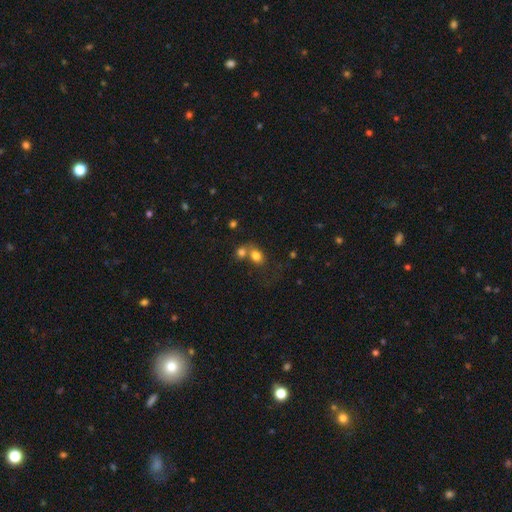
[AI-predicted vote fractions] smooth_or_featured: smooth (p=0.78) [alt: star or artifact p=0.11]
how_rounded: in between (p=0.54) [alt: round p=0.44]
merging: merger (p=0.51) [alt: none p=0.35]